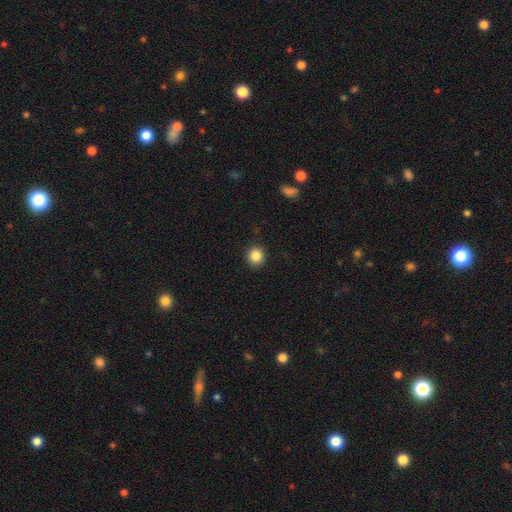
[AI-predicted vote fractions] A smooth galaxy with no disk features (86%) that is round (90%). Merging: none (92%).